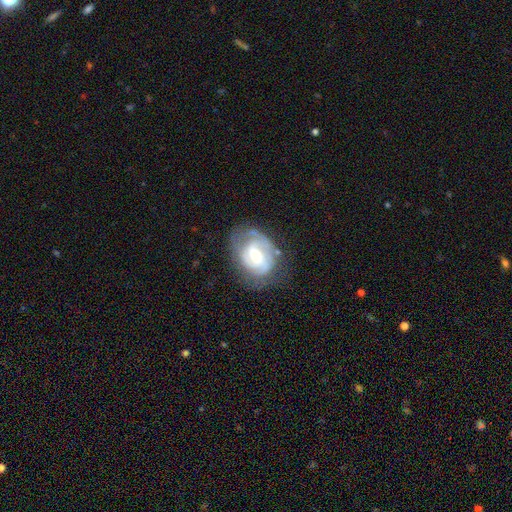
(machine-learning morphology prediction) Overall: featured or disk (75%). Edge-on disk: no (96%). Bar: weak (47%; no 31%). Spiral arms: yes (79%). Spiral arm count: 2 (49%; can't tell 32%). Spiral winding: tight (55%; medium 33%). Bulge size: moderate (58%; small 34%). Merging: none (64%).